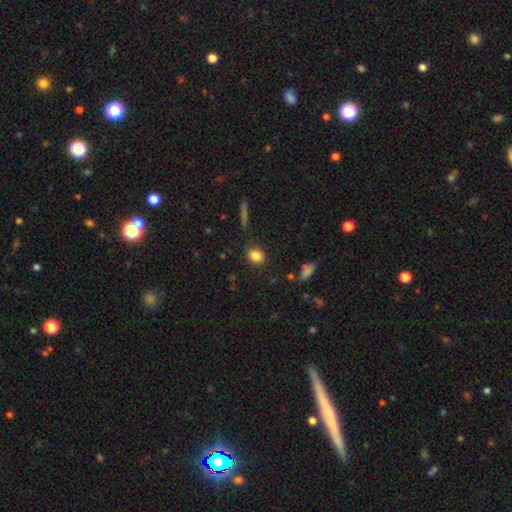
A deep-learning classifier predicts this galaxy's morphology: smooth_or_featured: smooth (p=0.85) [alt: star or artifact p=0.10]
how_rounded: in between (p=0.52) [alt: round p=0.46]
merging: none (p=0.84) [alt: minor disturbance p=0.11]